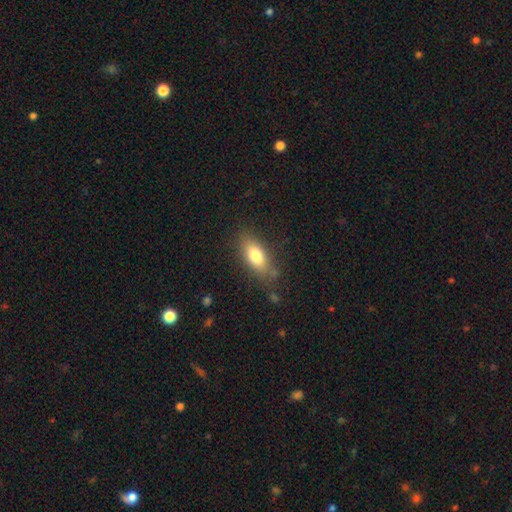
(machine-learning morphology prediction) Smooth or featured?
  - smooth: 77% *
  - featured or disk: 16%
  - star or artifact: 8%
How rounded?
  - in between: 81% *
  - cigar-shaped: 14%
  - round: 5%
Merging?
  - none: 74% *
  - minor disturbance: 18%
  - major disturbance: 5%
  - merger: 2%